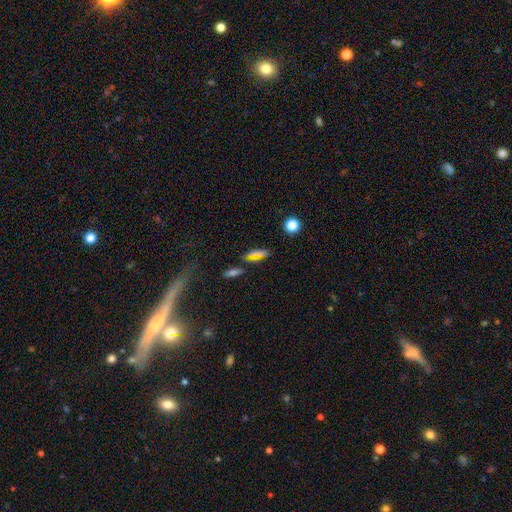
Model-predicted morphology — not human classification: This appears to be a smooth galaxy with no disk features (65%) that is cigar-shaped (49%). Merging: none (70%).